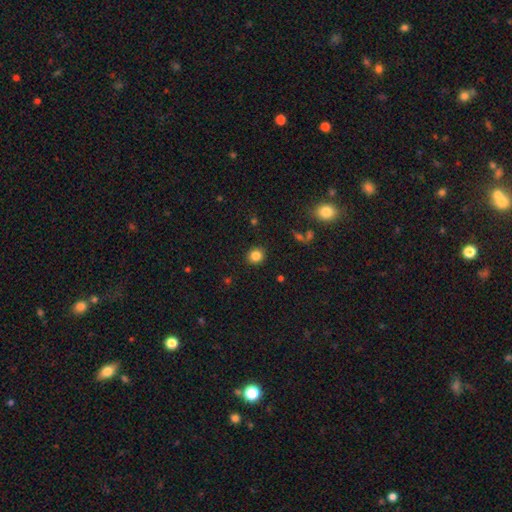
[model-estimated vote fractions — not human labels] Smooth or featured?
  - smooth: 83% *
  - star or artifact: 12%
  - featured or disk: 5%
How rounded?
  - round: 85% *
  - in between: 14%
  - cigar-shaped: 1%
Merging?
  - none: 90% *
  - minor disturbance: 6%
  - major disturbance: 2%
  - merger: 1%